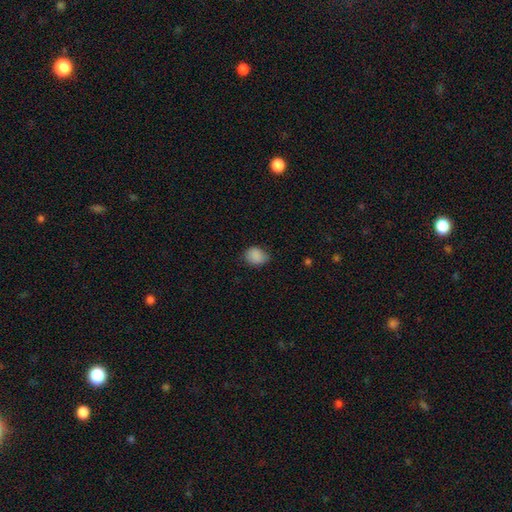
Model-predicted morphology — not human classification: smooth_or_featured: smooth (p=0.87) [alt: star or artifact p=0.09]
how_rounded: round (p=0.51) [alt: in between p=0.49]
merging: none (p=0.72) [alt: minor disturbance p=0.23]